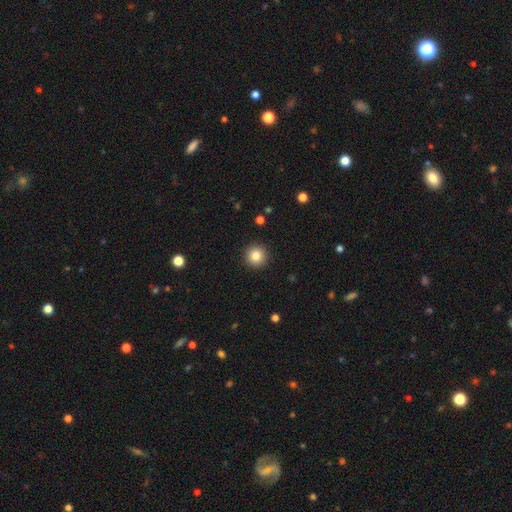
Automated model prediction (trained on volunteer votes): Smooth or featured: smooth — 83% (star or artifact — 10%)
How rounded: round — 96% (in between — 3%)
Merging: none — 93% (minor disturbance — 5%)